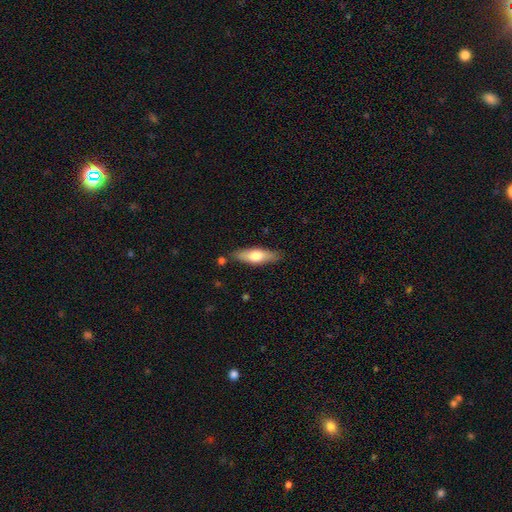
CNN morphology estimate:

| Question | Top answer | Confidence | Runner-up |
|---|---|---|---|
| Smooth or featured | smooth | 60% | featured or disk (34%) |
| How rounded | cigar-shaped | 54% | in between (44%) |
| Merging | none | 82% | minor disturbance (12%) |